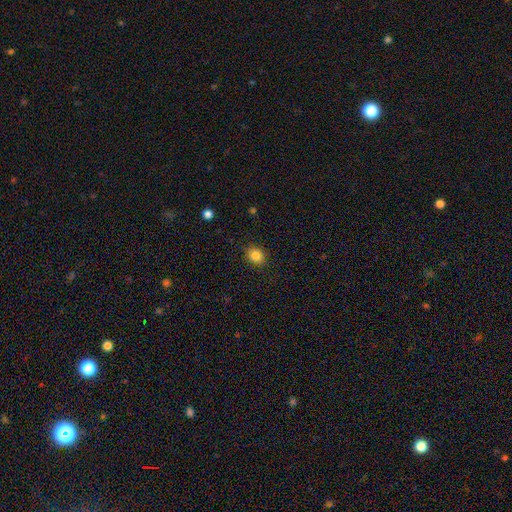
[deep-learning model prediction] Smooth or featured: smooth — 85% (star or artifact — 11%)
How rounded: round — 67% (in between — 33%)
Merging: none — 89% (minor disturbance — 8%)